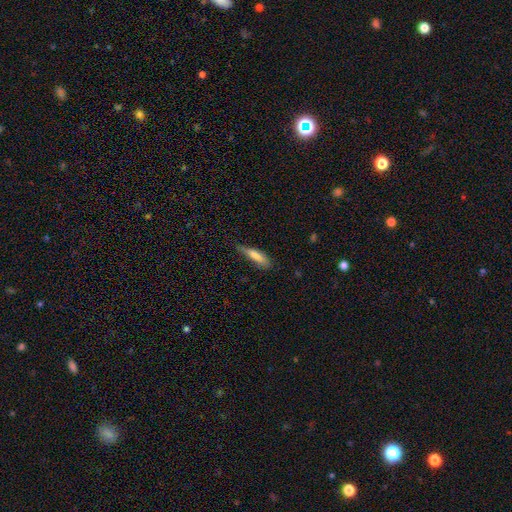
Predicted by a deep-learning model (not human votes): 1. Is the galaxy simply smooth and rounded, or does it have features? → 79% smooth, 14% featured or disk, 7% star or artifact.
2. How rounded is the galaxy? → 71% cigar-shaped, 28% in between, 2% round.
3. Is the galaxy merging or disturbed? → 56% none, 33% minor disturbance, 9% major disturbance, 2% merger.